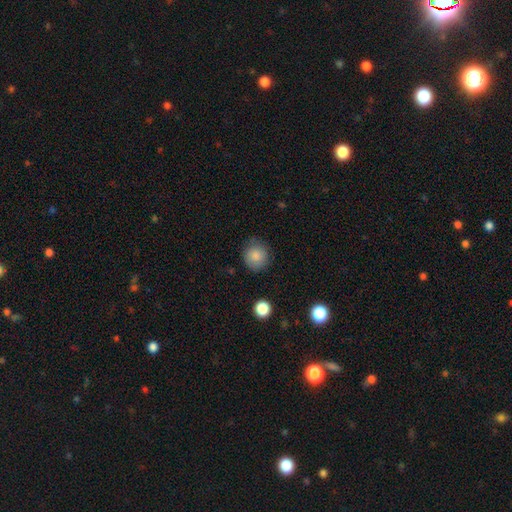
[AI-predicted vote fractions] The model was most divided on "merging": none: 79%, minor disturbance: 15%, major disturbance: 4%, merger: 2%. More confident: how rounded — round (90%); smooth or featured — smooth (85%).